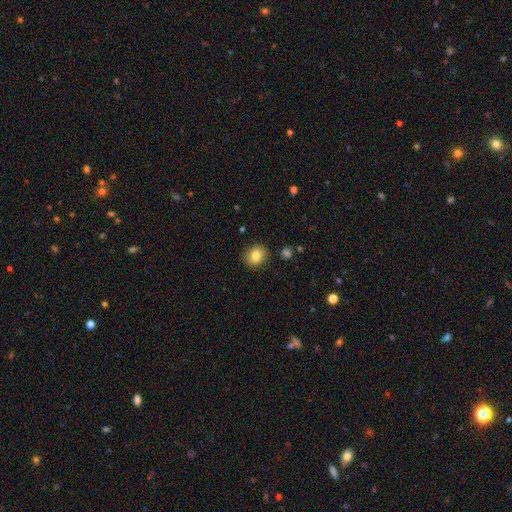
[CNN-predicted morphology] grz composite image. It shows a smooth galaxy with no disk features (82%) that is round (66%). Merging: none (86%).